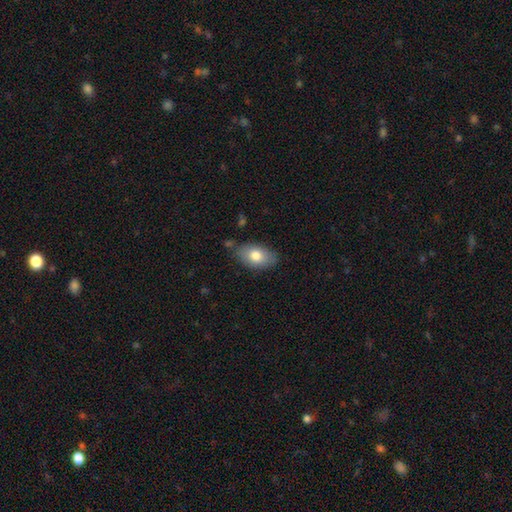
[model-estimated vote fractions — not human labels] This appears to be a smooth galaxy with no disk features (77%) that is in between round and cigar-shaped (90%). Merging: none (77%).